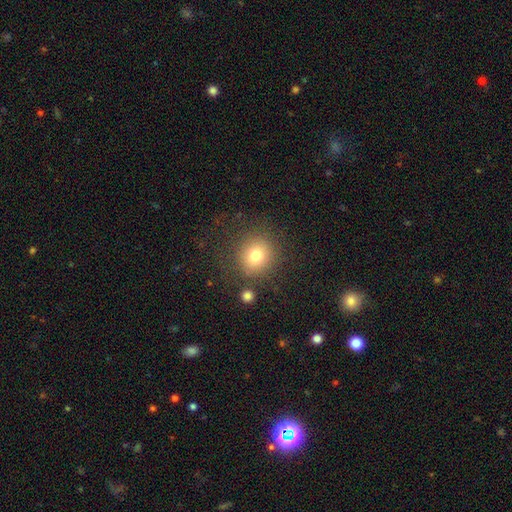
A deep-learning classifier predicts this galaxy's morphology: This is likely a smooth galaxy (76%). How rounded: clearly round (86%). Merging: clearly none (80%).